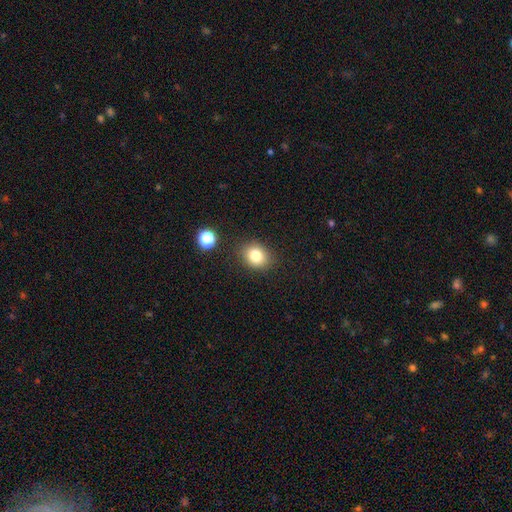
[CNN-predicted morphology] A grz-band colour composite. It shows a smooth galaxy with no disk features (80%) that is round (57%). Merging: none (85%).